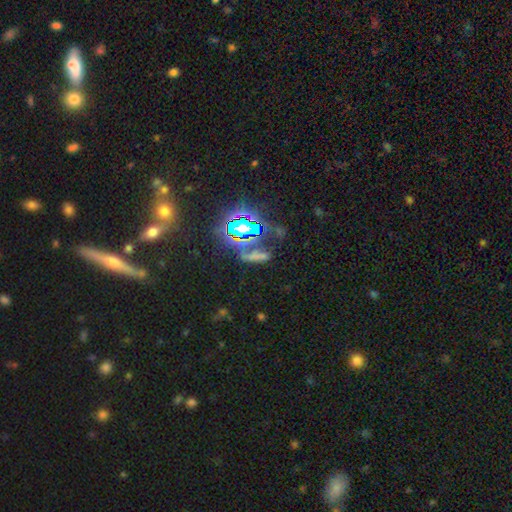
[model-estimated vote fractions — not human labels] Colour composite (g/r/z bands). It shows a star or artifact, not a galaxy (49%).